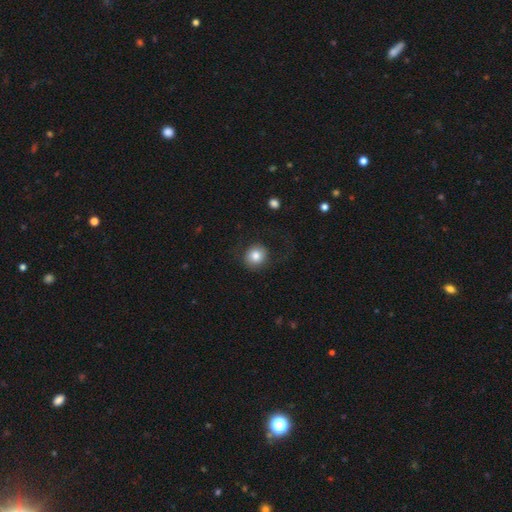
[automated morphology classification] This appears to be a smooth galaxy with no disk features (81%) that is round (84%). Merging: none (77%).